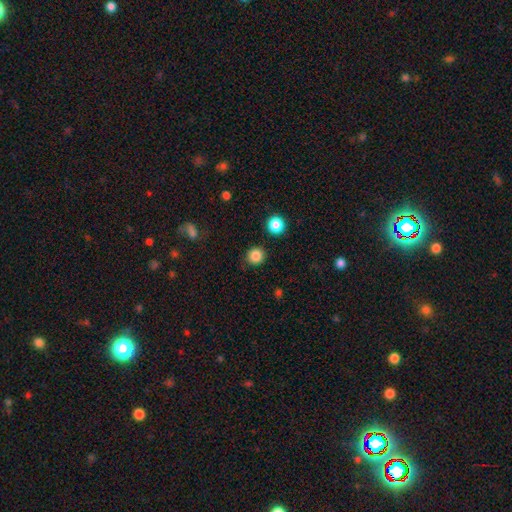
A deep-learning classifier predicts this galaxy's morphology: type=smooth (85%); roundness=round (90%); merging=none (88%).